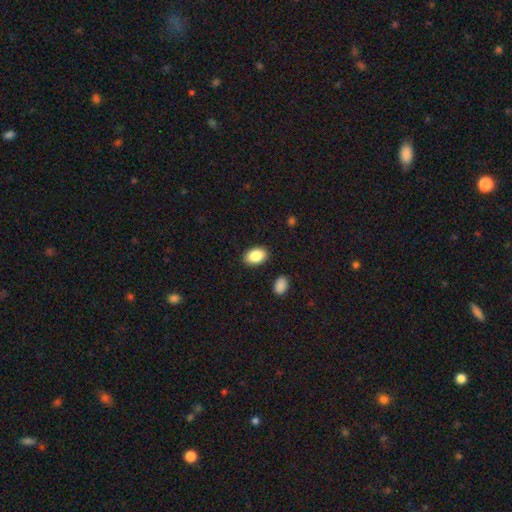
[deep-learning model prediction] Q: Smooth or featured?
A: smooth (87%); runner-up: star or artifact (7%)
Q: How rounded?
A: in between (87%); runner-up: round (12%)
Q: Merging?
A: none (87%); runner-up: minor disturbance (9%)